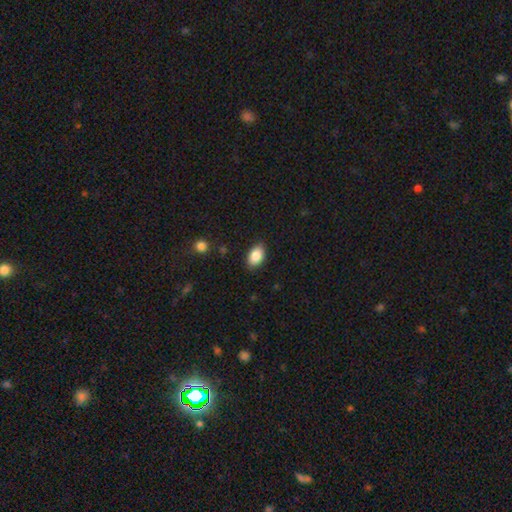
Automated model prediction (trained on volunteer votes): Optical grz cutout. It shows a smooth galaxy with no disk features (86%) that is in between round and cigar-shaped (90%). Merging: none (85%).